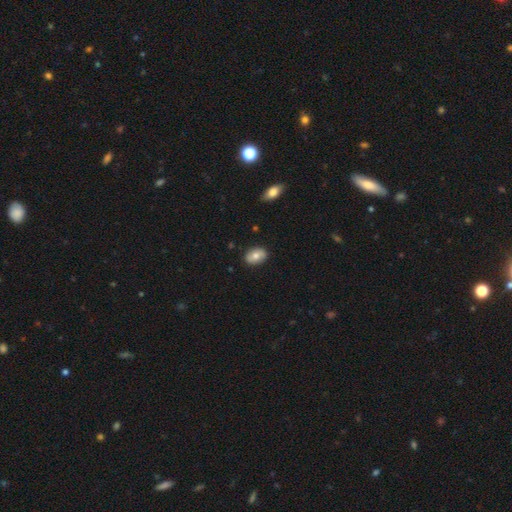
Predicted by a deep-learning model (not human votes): A smooth galaxy with no disk features (76%) that is in between round and cigar-shaped (83%).

Vote fractions:
- Smooth or featured? smooth: 76% / featured or disk: 17% / star or artifact: 7%
- How rounded? in between: 83% / round: 16% / cigar-shaped: 1%
- Merging? none: 87% / minor disturbance: 10% / major disturbance: 2% / merger: 1%